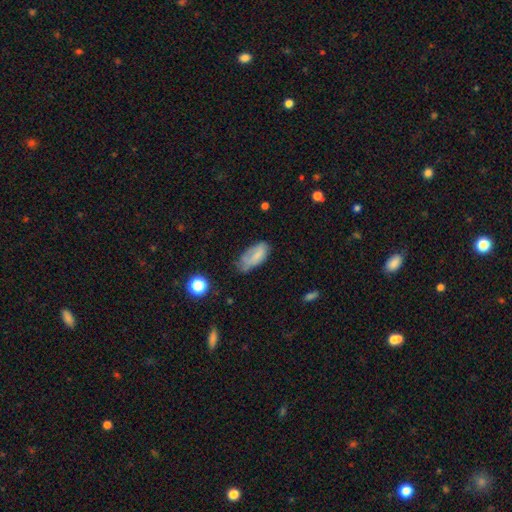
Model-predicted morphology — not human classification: smooth 72%, featured or disk 19%, star or artifact 9%. Down the decision tree: how rounded — in between (89%); merging — none (41%).